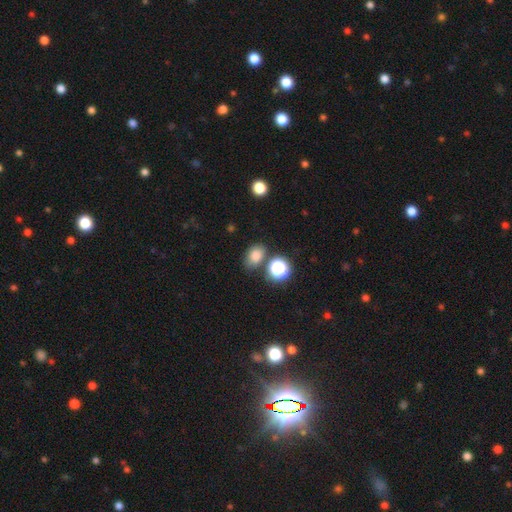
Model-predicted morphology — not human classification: Overall: smooth (78%). How rounded: in between (71%). Merging: none (71%).